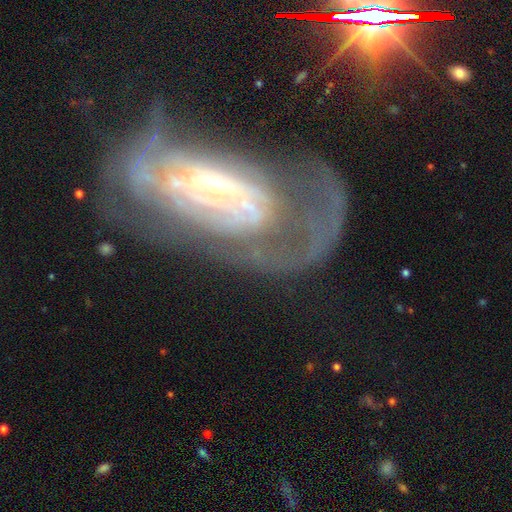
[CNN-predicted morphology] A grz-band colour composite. It shows a featured or disk galaxy (78%) with no bar (62%), tight (47%) spiral arms (74%) and a small central bulge (69%). Merging: major disturbance (47%).